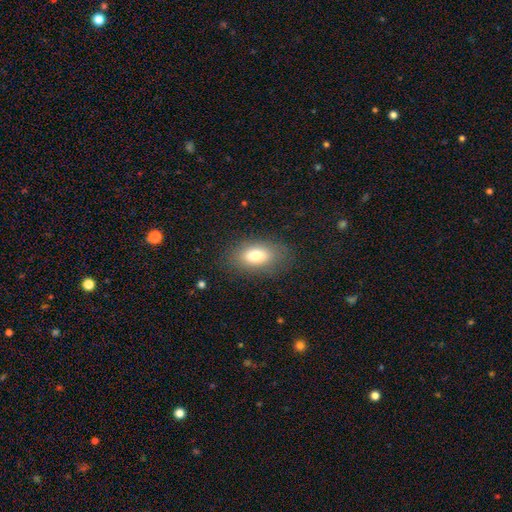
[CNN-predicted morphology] smooth 78%, featured or disk 13%, star or artifact 9%. Down the decision tree: how rounded — in between (90%); merging — none (82%).